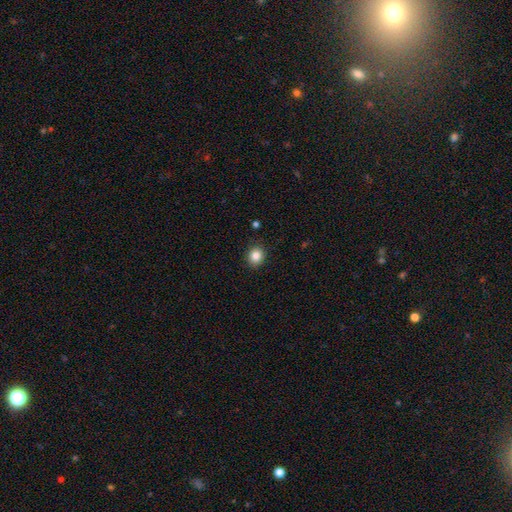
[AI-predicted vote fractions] Smooth or featured: smooth — 85% (star or artifact — 10%)
How rounded: round — 75% (in between — 25%)
Merging: none — 89% (minor disturbance — 8%)